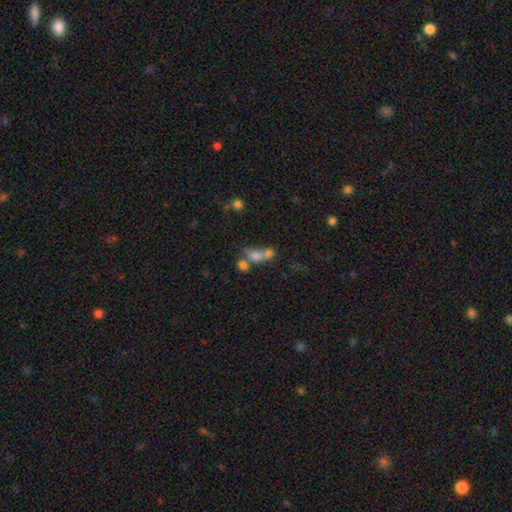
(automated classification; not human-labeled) This appears to be a smooth galaxy with no disk features (66%) that is in between round and cigar-shaped (62%). Merging: merger (63%).